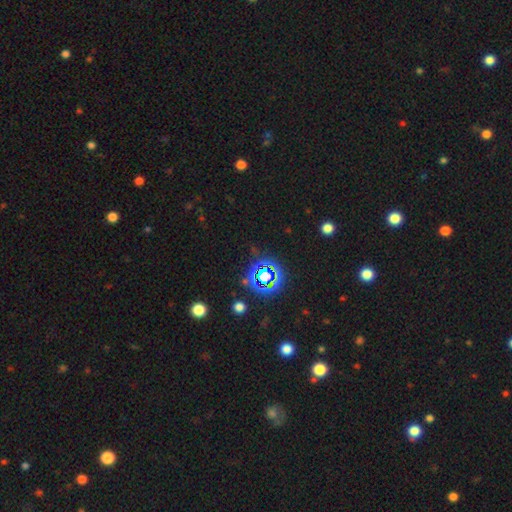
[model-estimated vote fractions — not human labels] smooth-or-featured: star or artifact: 63% | smooth: 29% | featured or disk: 8%